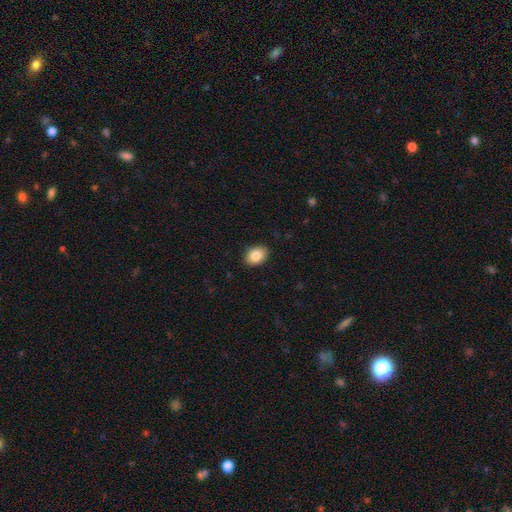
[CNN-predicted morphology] type=smooth (85%); roundness=in between (66%); merging=none (90%).